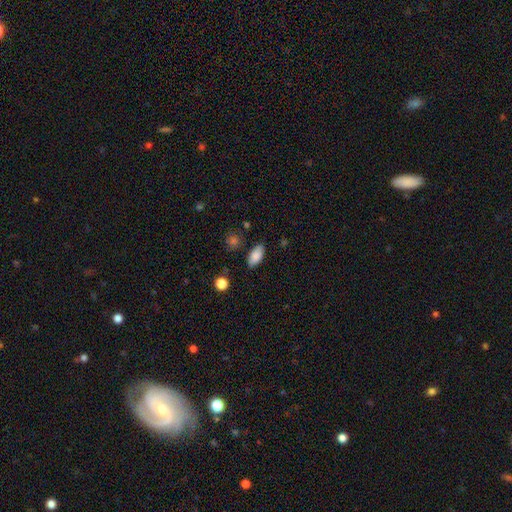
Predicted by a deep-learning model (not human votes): Smooth or featured: smooth — 84% (featured or disk — 8%)
How rounded: in between — 90% (cigar-shaped — 6%)
Merging: none — 81% (minor disturbance — 14%)